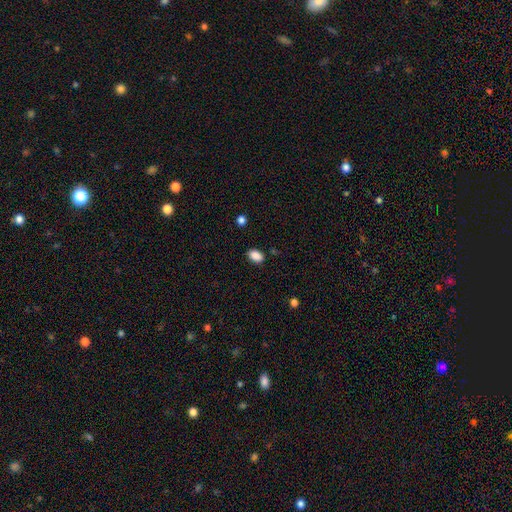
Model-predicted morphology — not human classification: Smooth or featured?
  - smooth: 89% *
  - star or artifact: 8%
  - featured or disk: 3%
How rounded?
  - in between: 85% *
  - round: 13%
  - cigar-shaped: 1%
Merging?
  - none: 85% *
  - minor disturbance: 11%
  - major disturbance: 2%
  - merger: 1%